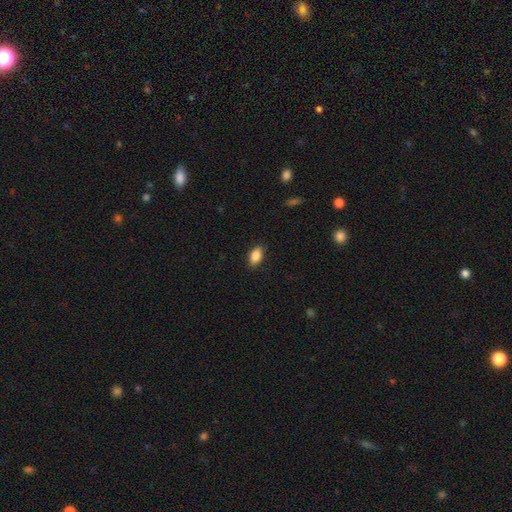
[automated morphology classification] smooth_or_featured: smooth (p=0.87) [alt: star or artifact p=0.08]
how_rounded: in between (p=0.90) [alt: round p=0.07]
merging: none (p=0.86) [alt: minor disturbance p=0.10]